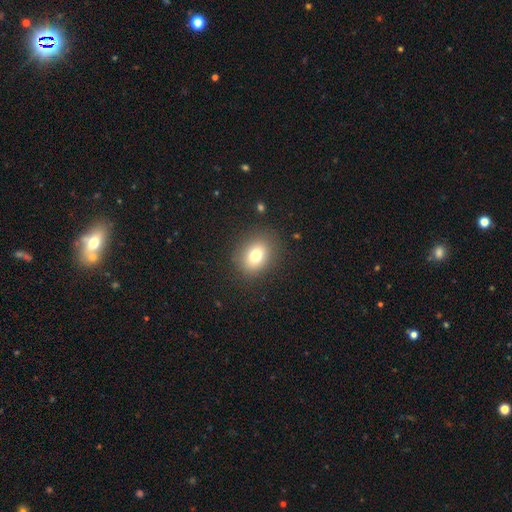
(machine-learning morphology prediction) Smooth or featured? smooth (77%)
How rounded? in between (56%)
Merging? none (85%)